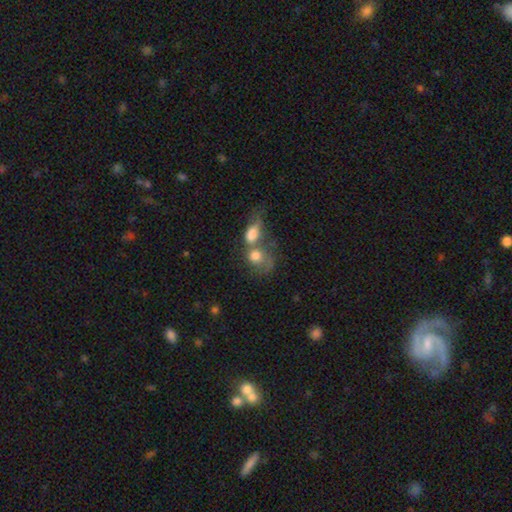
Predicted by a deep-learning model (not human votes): Morphology: type=smooth (71%); roundness=round (49%, tied with in between); merging=merger (65%).